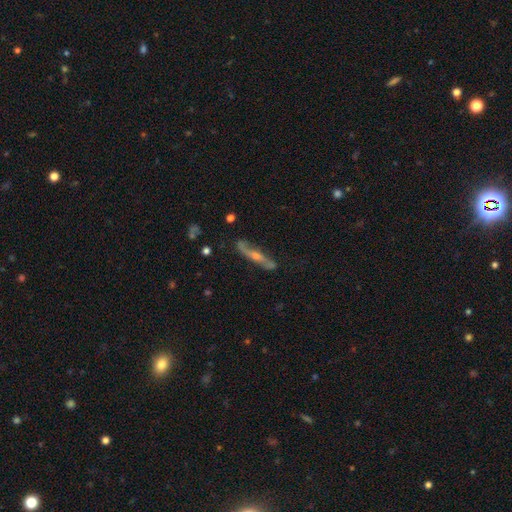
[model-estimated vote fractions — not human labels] This is likely a featured or disk galaxy (71%). It is likely viewed edge-on (67%). Merging: likely none (75%).